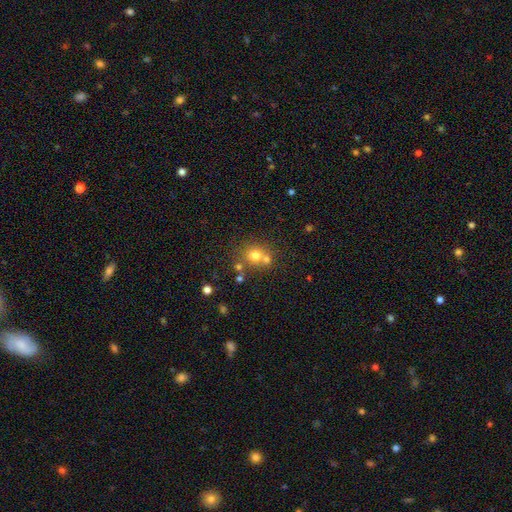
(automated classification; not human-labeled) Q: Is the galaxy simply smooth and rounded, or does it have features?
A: smooth — 70%.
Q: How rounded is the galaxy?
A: round — 84%.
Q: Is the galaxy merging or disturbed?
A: none — 54%.